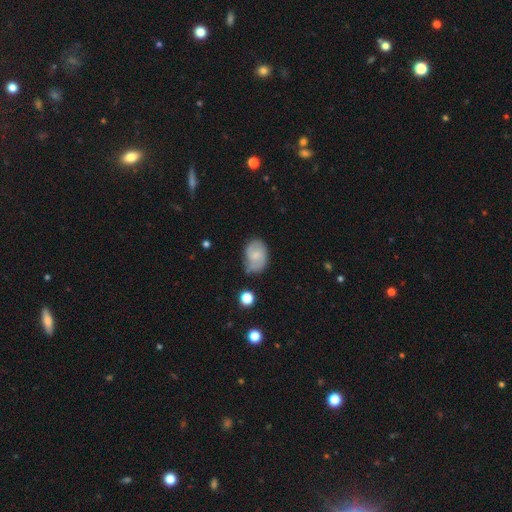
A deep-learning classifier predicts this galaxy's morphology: smooth_or_featured: smooth (p=0.58) [alt: featured or disk p=0.34]
how_rounded: in between (p=0.78) [alt: round p=0.21]
merging: none (p=0.56) [alt: minor disturbance p=0.30]